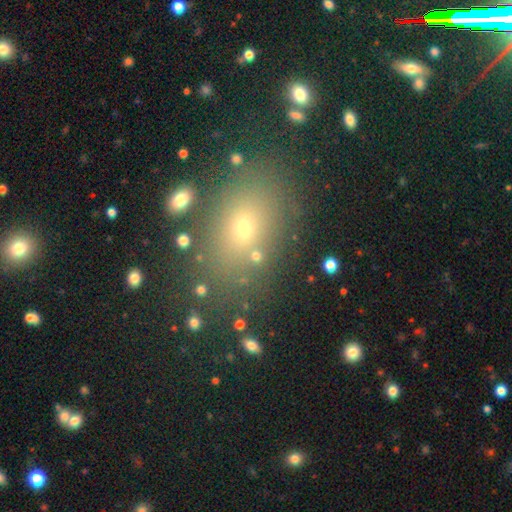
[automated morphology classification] smooth_or_featured: smooth (p=0.64) [alt: star or artifact p=0.24]
how_rounded: in between (p=0.50) [alt: round p=0.46]
merging: none (p=0.74) [alt: minor disturbance p=0.11]